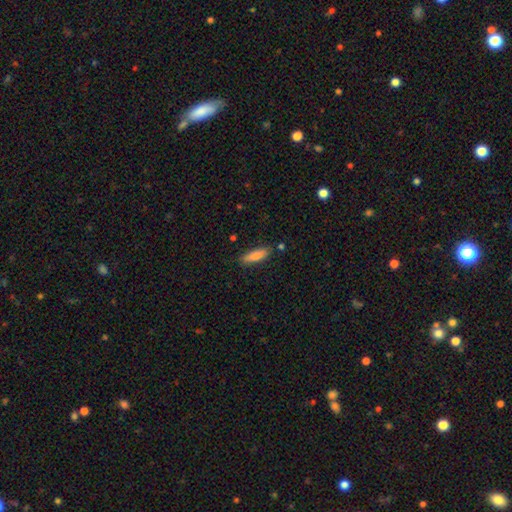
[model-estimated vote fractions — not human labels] Morphology: type=smooth (82%); roundness=cigar-shaped (56%); merging=none (83%).